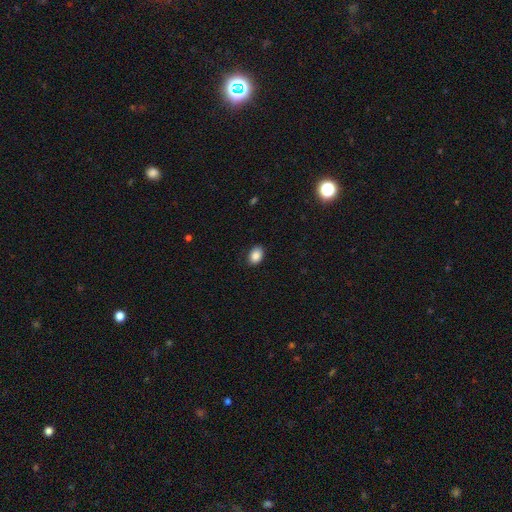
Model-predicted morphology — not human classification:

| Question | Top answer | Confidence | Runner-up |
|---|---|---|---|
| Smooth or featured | smooth | 88% | star or artifact (8%) |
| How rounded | in between | 81% | round (18%) |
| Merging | none | 86% | minor disturbance (11%) |